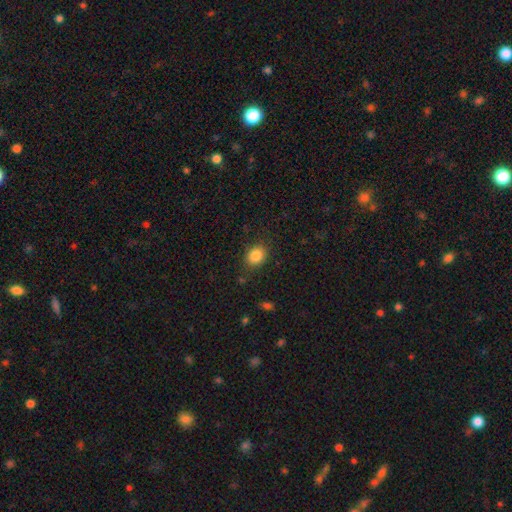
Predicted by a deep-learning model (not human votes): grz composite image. It shows a smooth galaxy with no disk features (86%) that is in between round and cigar-shaped (51%). Merging: none (82%).